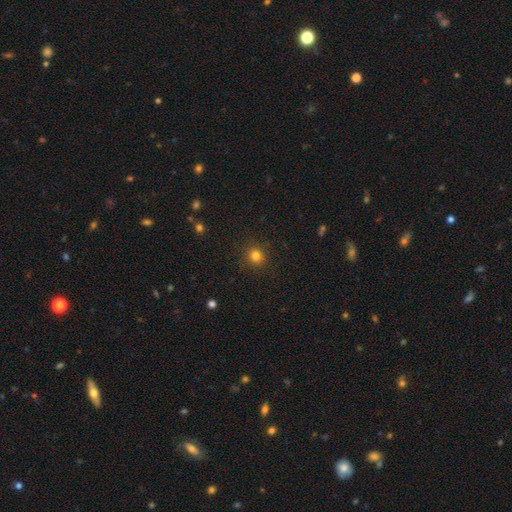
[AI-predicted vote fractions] Overall: smooth (82%). How rounded: round (89%). Merging: none (89%).